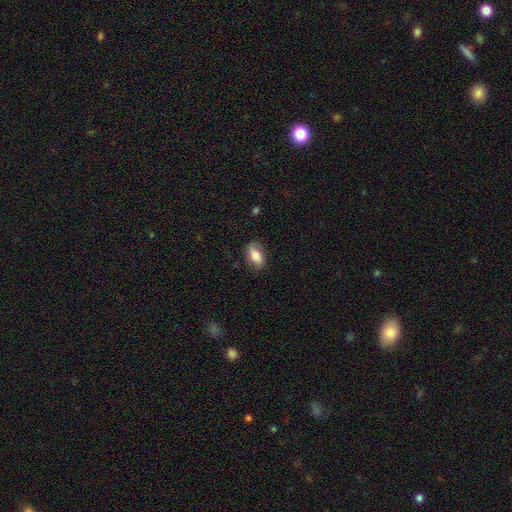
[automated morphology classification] The model was most divided on "smooth or featured": smooth: 68%, featured or disk: 25%, star or artifact: 7%. More confident: how rounded — in between (87%); merging — none (76%).